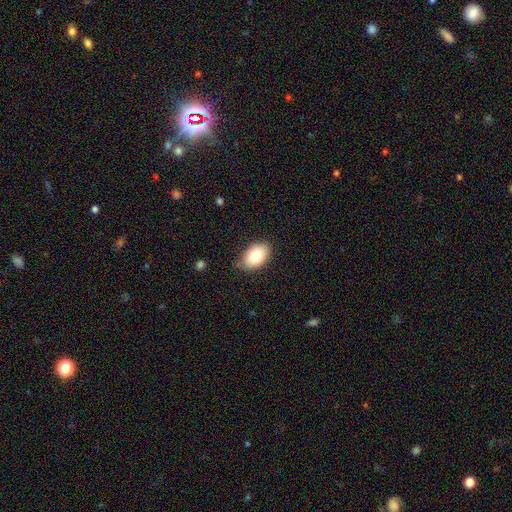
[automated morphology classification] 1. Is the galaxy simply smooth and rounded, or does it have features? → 81% smooth, 12% featured or disk, 7% star or artifact.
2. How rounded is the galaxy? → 89% in between, 9% round, 1% cigar-shaped.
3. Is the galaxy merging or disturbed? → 79% none, 17% minor disturbance, 3% major disturbance, 1% merger.